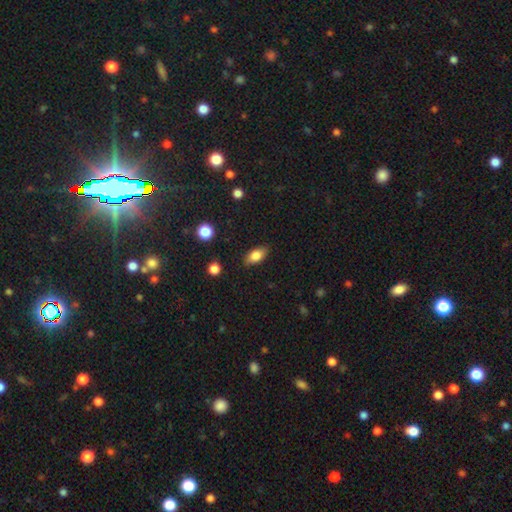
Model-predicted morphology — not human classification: A smooth galaxy with no disk features (80%) that is in between round and cigar-shaped (87%). Merging: none (83%).